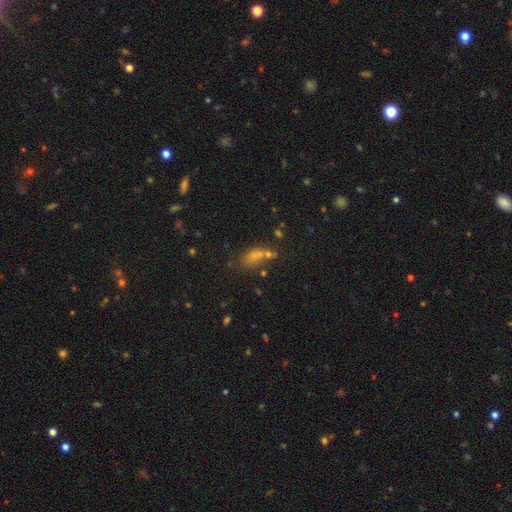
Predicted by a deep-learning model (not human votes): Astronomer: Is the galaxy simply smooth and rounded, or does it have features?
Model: smooth — 64%.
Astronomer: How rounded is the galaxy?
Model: in between — 79%.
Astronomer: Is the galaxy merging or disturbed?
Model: none — 42% (runner-up: merger, 24%).